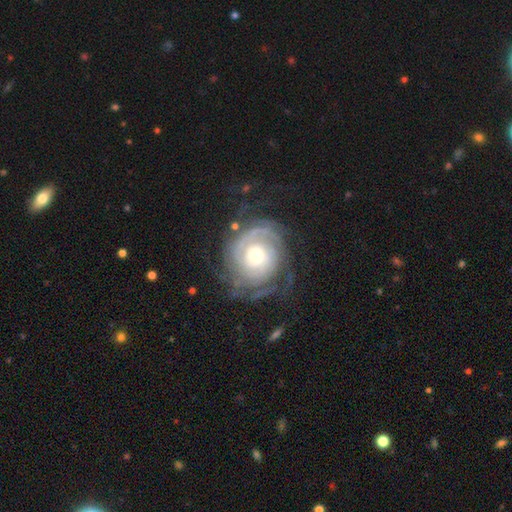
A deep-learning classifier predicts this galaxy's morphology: Smooth or featured: featured or disk — 86% (smooth — 8%)
Edge-on disk: no — 97% (yes — 3%)
Bar: no — 76% (weak — 18%)
Spiral arms: yes — 96% (no — 4%)
Spiral winding: tight — 76% (medium — 18%)
Spiral arm count: can't tell — 34% (2 — 20%)
Bulge size: moderate — 62% (small — 29%)
Merging: none — 69% (minor disturbance — 17%)